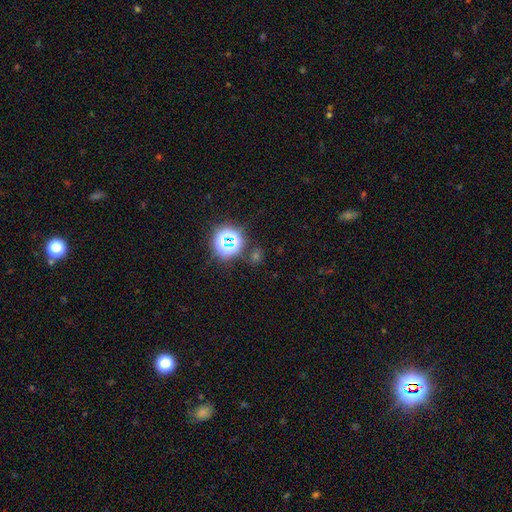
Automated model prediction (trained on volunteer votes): smooth-or-featured: star or artifact: 64% | smooth: 28% | featured or disk: 8%